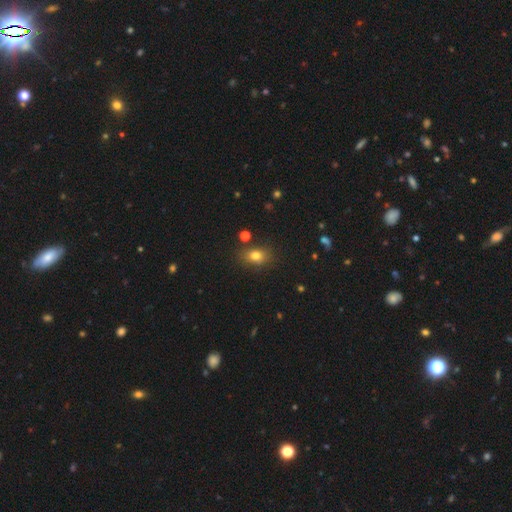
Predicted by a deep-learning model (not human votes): smooth-or-featured: smooth: 78% | star or artifact: 13% | featured or disk: 9%
  how-rounded: in between: 68% | round: 31% | cigar-shaped: 2%
  merging: none: 80% | minor disturbance: 13% | merger: 4% | major disturbance: 4%